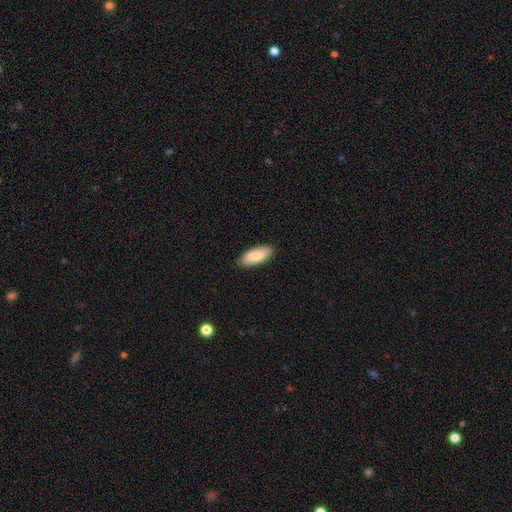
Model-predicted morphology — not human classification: This appears to be a smooth galaxy with no disk features (83%) that is in between round and cigar-shaped (81%). Merging: none (88%).